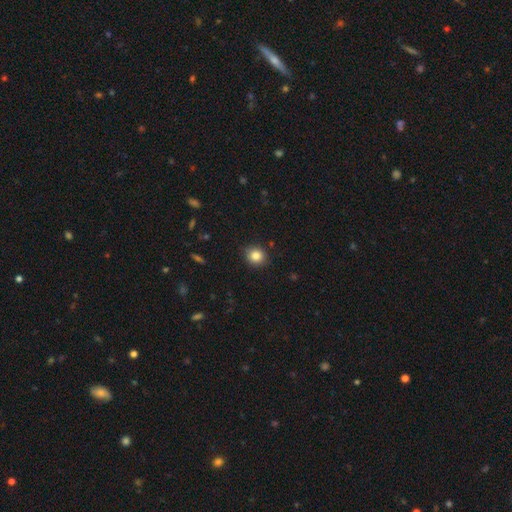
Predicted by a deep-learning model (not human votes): This is clearly a smooth galaxy (84%). How rounded: clearly round (81%). Merging: clearly none (88%).